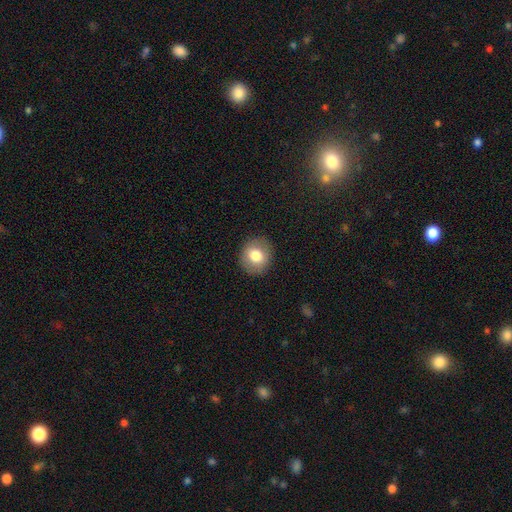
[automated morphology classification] smooth_or_featured: smooth (p=0.78) [alt: featured or disk p=0.14]
how_rounded: round (p=0.75) [alt: in between p=0.24]
merging: none (p=0.89) [alt: minor disturbance p=0.08]